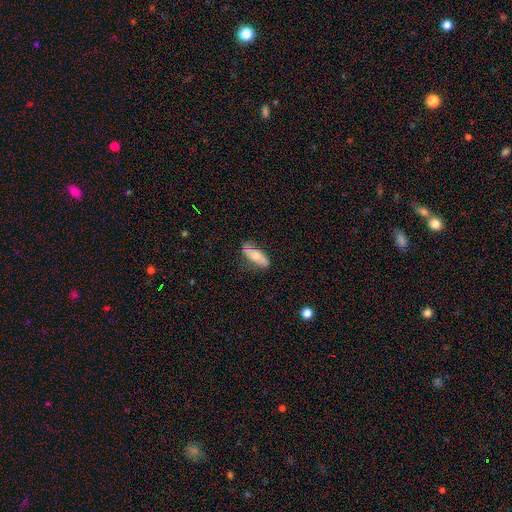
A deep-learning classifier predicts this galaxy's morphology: Smooth or featured: smooth — 53% (featured or disk — 41%)
How rounded: in between — 68% (cigar-shaped — 29%)
Merging: none — 73% (minor disturbance — 21%)